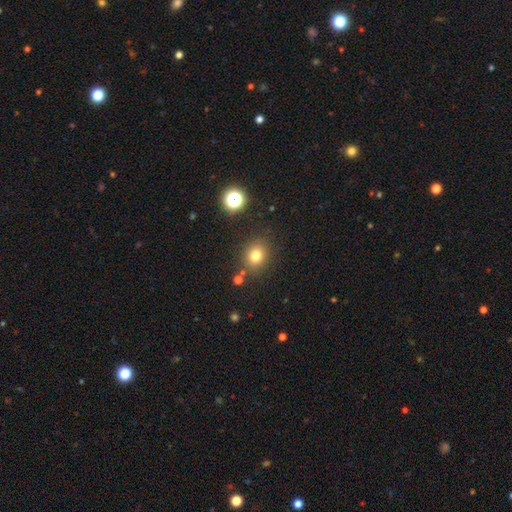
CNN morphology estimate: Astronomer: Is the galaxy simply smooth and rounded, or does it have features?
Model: smooth — 77%.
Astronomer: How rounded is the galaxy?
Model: round — 70%.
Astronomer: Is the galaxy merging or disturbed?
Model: none — 83%.